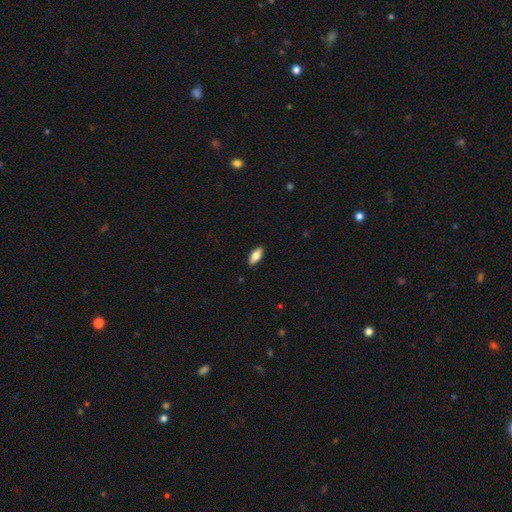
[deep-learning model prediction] Smooth or featured? Predicted: smooth (p=0.78). How rounded? Predicted: in between (p=0.84). Merging? Predicted: none (p=0.89).